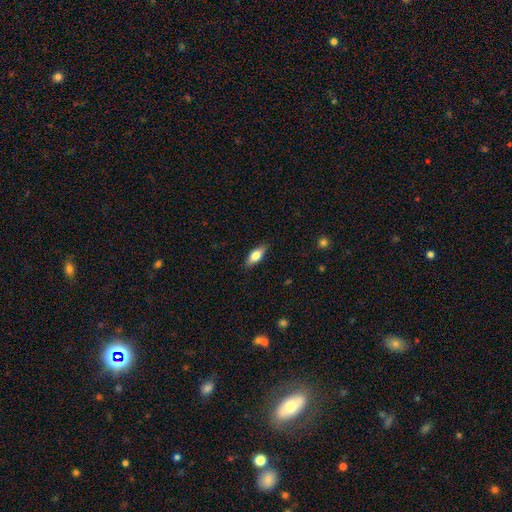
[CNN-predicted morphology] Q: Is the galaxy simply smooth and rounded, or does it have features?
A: smooth — 69%.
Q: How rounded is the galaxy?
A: in between — 76%.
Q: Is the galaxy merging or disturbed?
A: none — 86%.